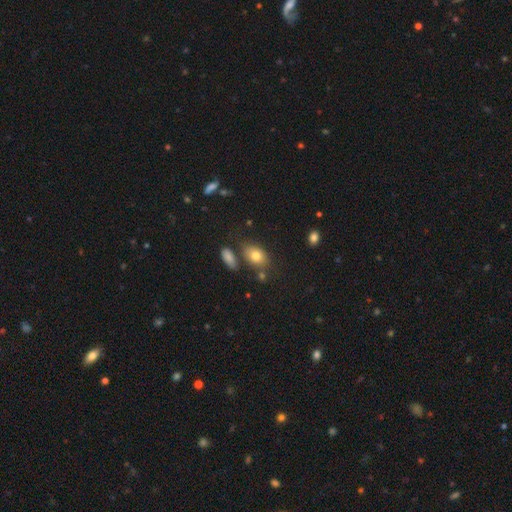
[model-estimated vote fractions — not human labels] A smooth galaxy with no disk features (79%) that is in between round and cigar-shaped (79%). Merging: none (67%).